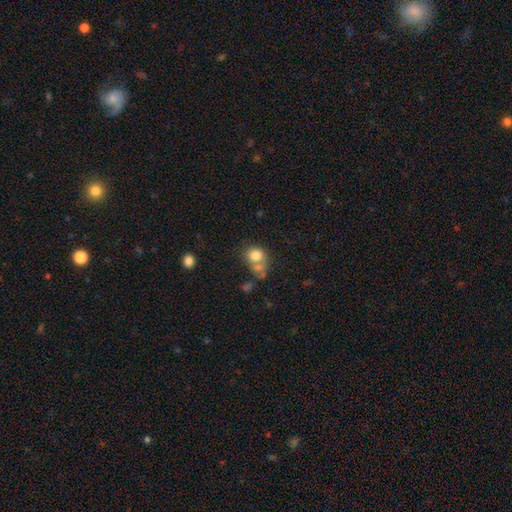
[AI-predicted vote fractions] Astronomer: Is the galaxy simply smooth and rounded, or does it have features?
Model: smooth — 77%.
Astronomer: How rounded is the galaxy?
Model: round — 71%.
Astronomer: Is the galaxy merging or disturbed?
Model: merger — 39% (runner-up: none, 37%).